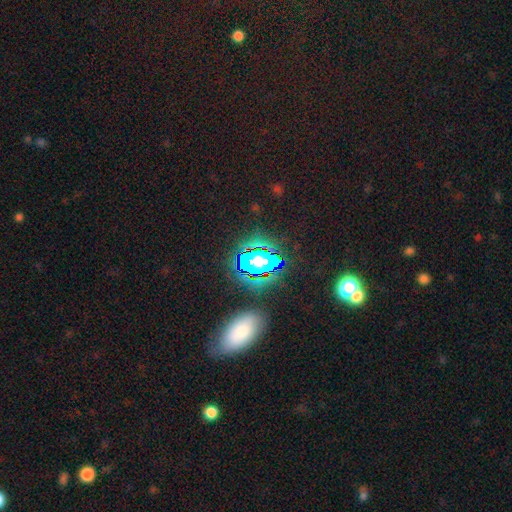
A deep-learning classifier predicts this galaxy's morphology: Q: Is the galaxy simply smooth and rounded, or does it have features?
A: star or artifact — 71%.